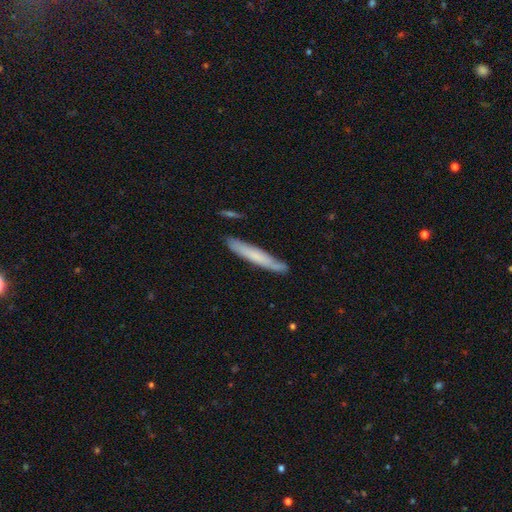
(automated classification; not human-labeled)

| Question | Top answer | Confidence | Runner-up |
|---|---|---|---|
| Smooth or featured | smooth | 61% | featured or disk (33%) |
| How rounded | cigar-shaped | 94% | in between (4%) |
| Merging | none | 80% | minor disturbance (15%) |